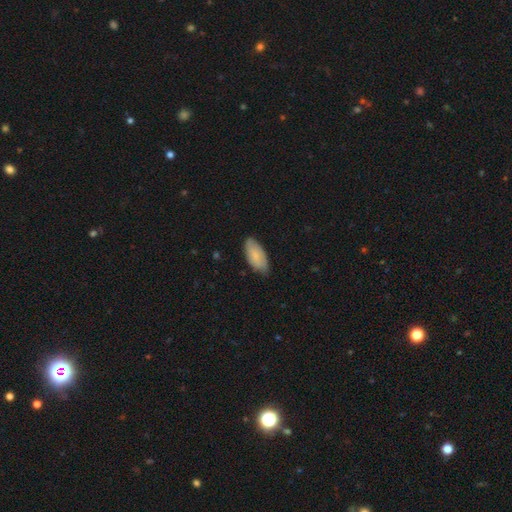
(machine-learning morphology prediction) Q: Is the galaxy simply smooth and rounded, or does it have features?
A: smooth — 77%.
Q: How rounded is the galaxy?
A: in between — 92%.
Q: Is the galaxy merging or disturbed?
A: none — 75%.